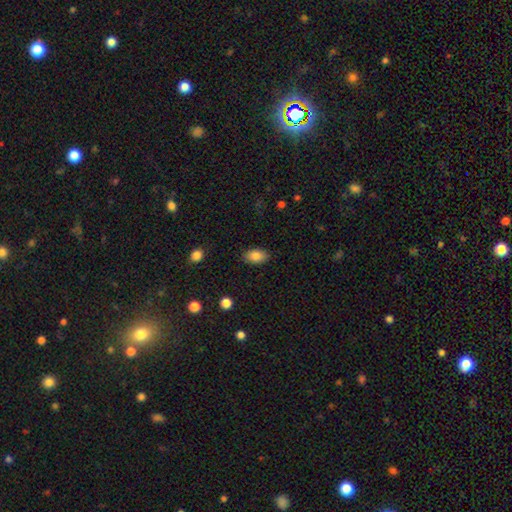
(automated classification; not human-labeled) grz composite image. It shows a smooth galaxy with no disk features (85%) that is in between round and cigar-shaped (90%). Merging: none (86%).